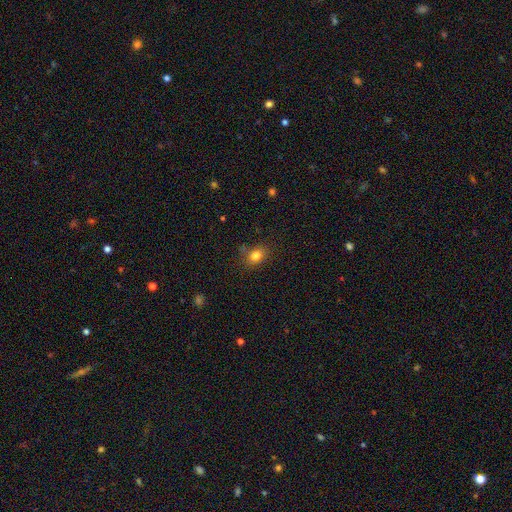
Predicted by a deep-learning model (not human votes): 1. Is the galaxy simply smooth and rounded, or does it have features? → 80% smooth, 12% star or artifact, 8% featured or disk.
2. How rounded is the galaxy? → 60% in between, 38% round, 2% cigar-shaped.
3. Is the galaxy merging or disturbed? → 73% none, 18% minor disturbance, 5% major disturbance, 4% merger.